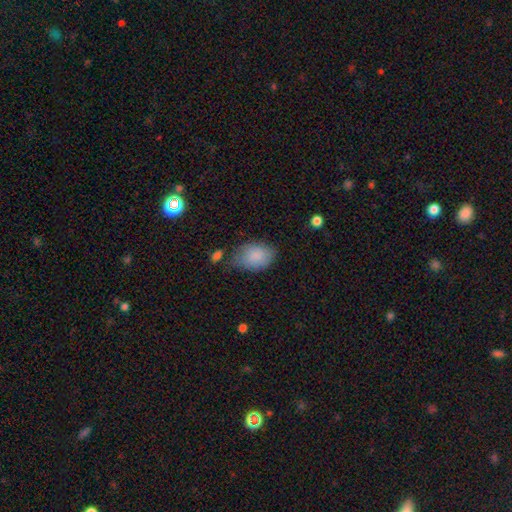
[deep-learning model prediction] Smooth or featured? Predicted: smooth (p=0.86). How rounded? Predicted: in between (p=0.84). Merging? Predicted: none (p=0.57).